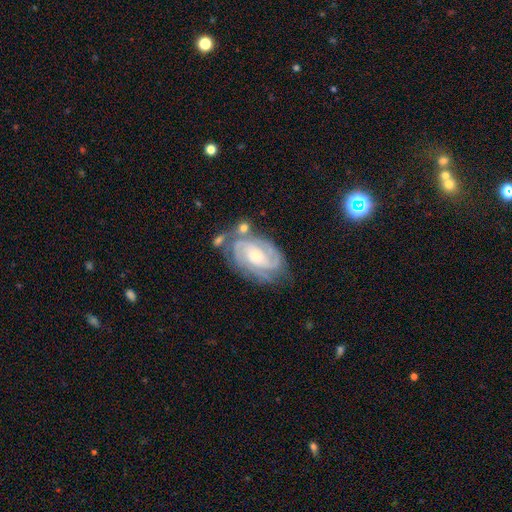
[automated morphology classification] smooth-or-featured: featured or disk: 86% | smooth: 8% | star or artifact: 6%
  disk-edge-on: no: 97% | yes: 3%
    bar: no: 56% | weak: 34% | strong: 10%
    has-spiral-arms: yes: 97% | no: 3%
      spiral-winding: tight: 66% | medium: 29% | loose: 5%
      spiral-arm-count: 2: 47% | 3: 23% | can't tell: 18% | 4: 6% | 1: 4% | more than 4: 4%
    bulge-size: small: 44% | moderate: 43% | large: 7% | none: 5% | dominant: 1%
  merging: none: 63% | minor disturbance: 21% | major disturbance: 9% | merger: 7%